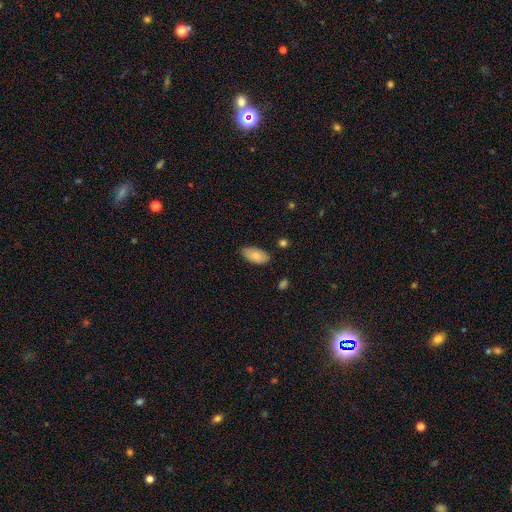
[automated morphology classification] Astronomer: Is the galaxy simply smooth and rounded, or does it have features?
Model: smooth — 85%.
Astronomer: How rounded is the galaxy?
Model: in between — 95%.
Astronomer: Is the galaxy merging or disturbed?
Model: none — 84%.